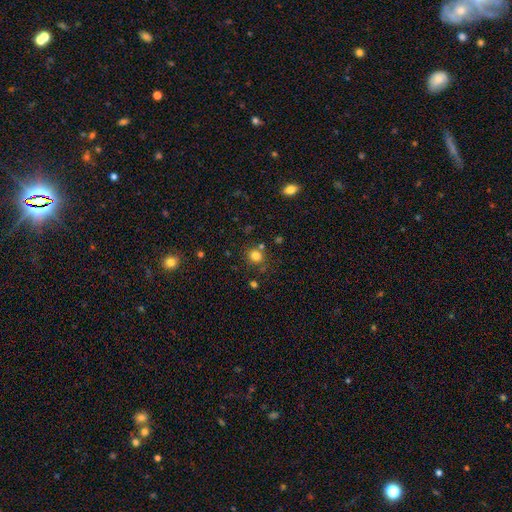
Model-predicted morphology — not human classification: Smooth or featured? Predicted: smooth (p=0.79). How rounded? Predicted: round (p=0.83). Merging? Predicted: none (p=0.75).